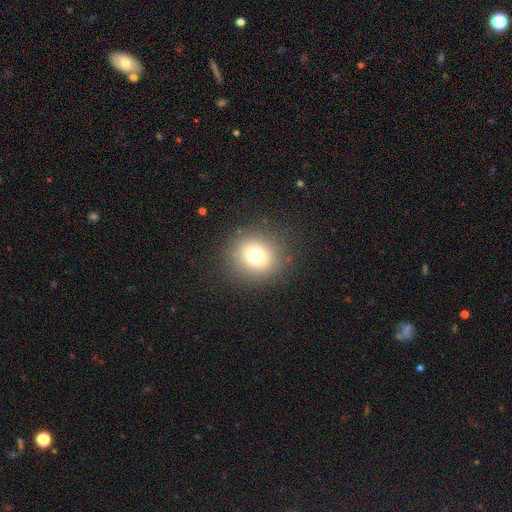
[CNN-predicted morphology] Smooth or featured? smooth (73%)
How rounded? round (91%)
Merging? none (88%)